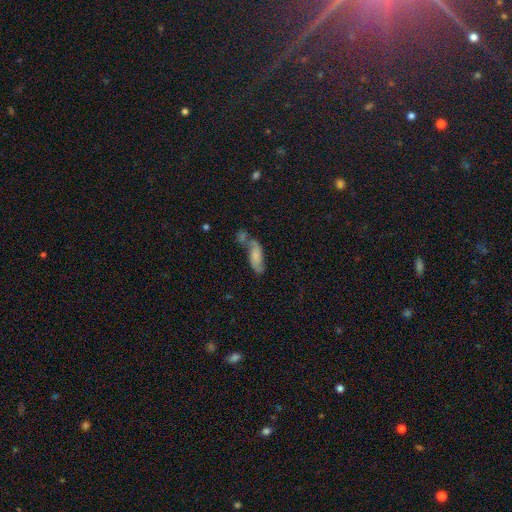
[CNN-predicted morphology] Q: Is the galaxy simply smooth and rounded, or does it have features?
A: smooth — 49%.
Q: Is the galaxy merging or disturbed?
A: none — 38%.